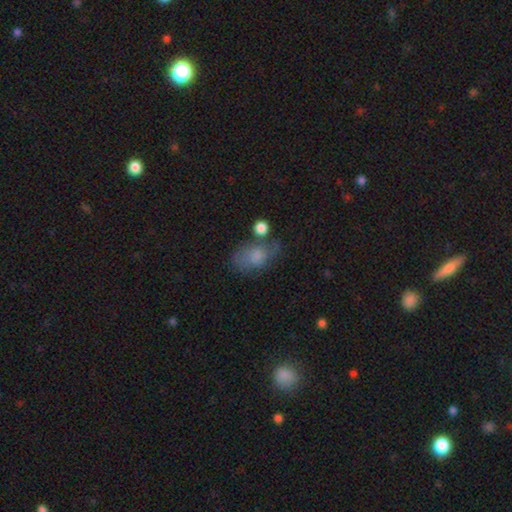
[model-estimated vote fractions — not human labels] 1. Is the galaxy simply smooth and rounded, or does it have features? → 71% smooth, 18% featured or disk, 10% star or artifact.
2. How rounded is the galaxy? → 82% in between, 16% round, 2% cigar-shaped.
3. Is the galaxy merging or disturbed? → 41% none, 28% minor disturbance, 18% major disturbance, 13% merger.